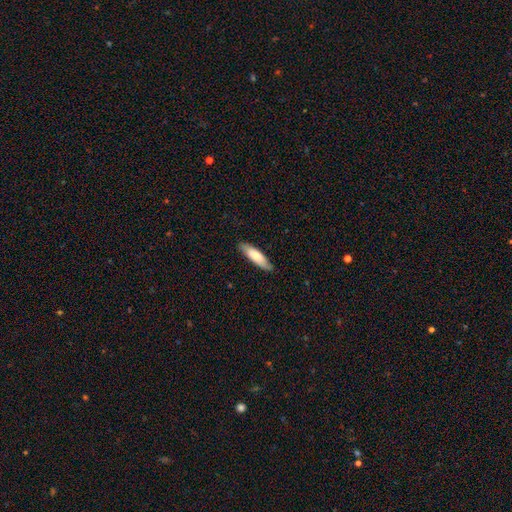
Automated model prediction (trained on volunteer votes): The model was most divided on "how rounded": cigar-shaped: 59%, in between: 39%, round: 1%. More confident: merging — none (82%); smooth or featured — smooth (71%).